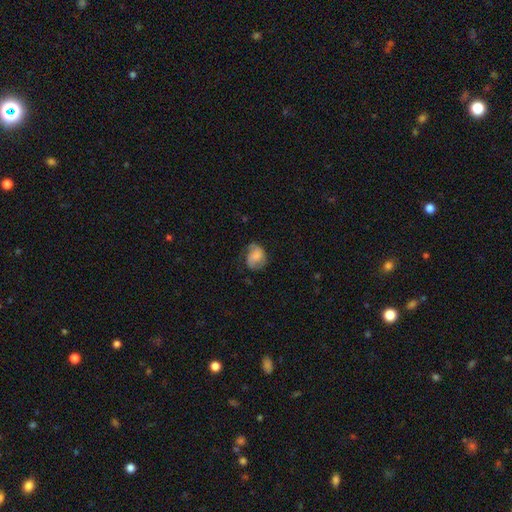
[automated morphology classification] Smooth or featured?
  - smooth: 61% *
  - featured or disk: 31%
  - star or artifact: 9%
How rounded?
  - in between: 50% *
  - round: 48%
  - cigar-shaped: 1%
Merging?
  - none: 53% *
  - minor disturbance: 28%
  - major disturbance: 17%
  - merger: 2%